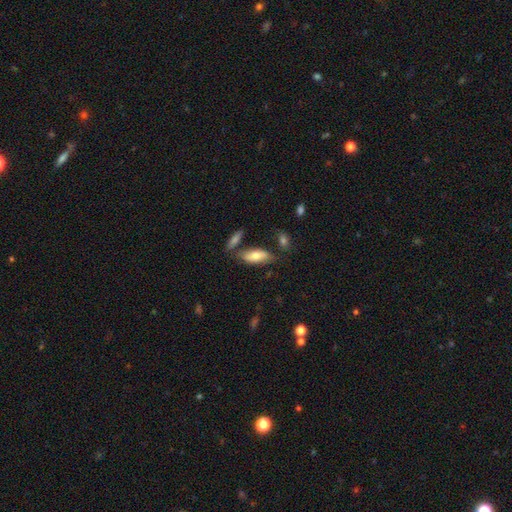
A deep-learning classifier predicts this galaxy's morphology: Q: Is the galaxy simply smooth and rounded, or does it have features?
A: smooth — 73%.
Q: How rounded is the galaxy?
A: in between — 74%.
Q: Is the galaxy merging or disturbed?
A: none — 68%.